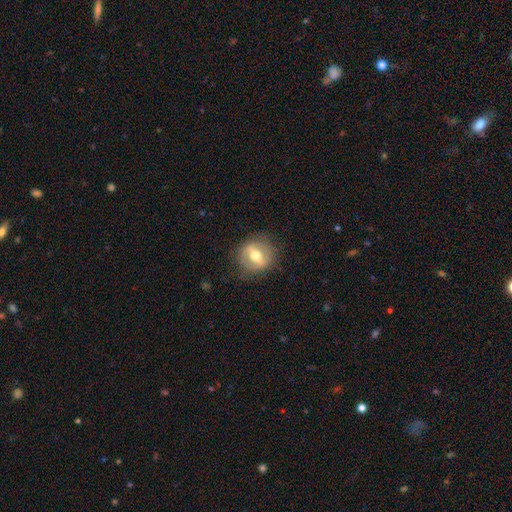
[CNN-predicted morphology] Smooth or featured: featured or disk — 57% (smooth — 35%)
Edge-on disk: no — 86% (yes — 14%)
Merging: none — 81% (minor disturbance — 13%)